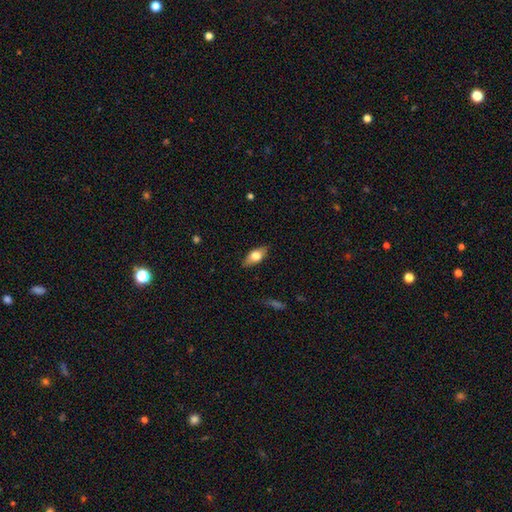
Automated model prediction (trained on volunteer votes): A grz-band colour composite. It shows a smooth galaxy with no disk features (69%) that is in between round and cigar-shaped (84%). Merging: none (85%).